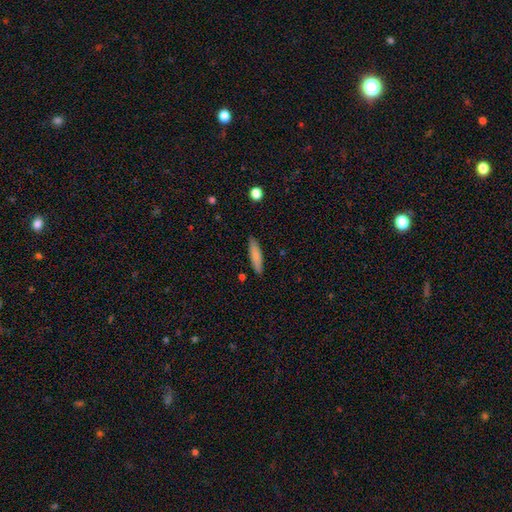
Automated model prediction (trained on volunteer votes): A smooth galaxy with no disk features (79%) that is cigar-shaped (70%).

Vote fractions:
- Smooth or featured? smooth: 79% / featured or disk: 15% / star or artifact: 6%
- How rounded? cigar-shaped: 70% / in between: 28% / round: 2%
- Merging? none: 87% / minor disturbance: 10% / major disturbance: 2% / merger: 1%